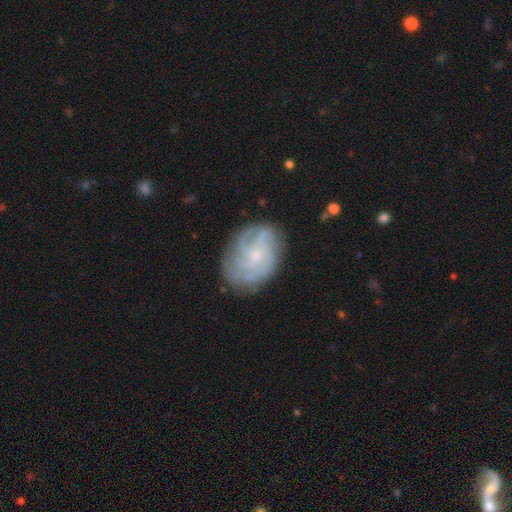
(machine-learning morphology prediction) The model was most divided on "spiral arm count": can't tell: 29%, 4: 28%, 3: 18%, more than 4: 10%, 2: 9%, 1: 6%. More confident: edge-on disk — no (97%); spiral arms — yes (95%); smooth or featured — featured or disk (78%); merging — none (77%); bulge size — small (73%); bar — no (73%); spiral winding — tight (59%).